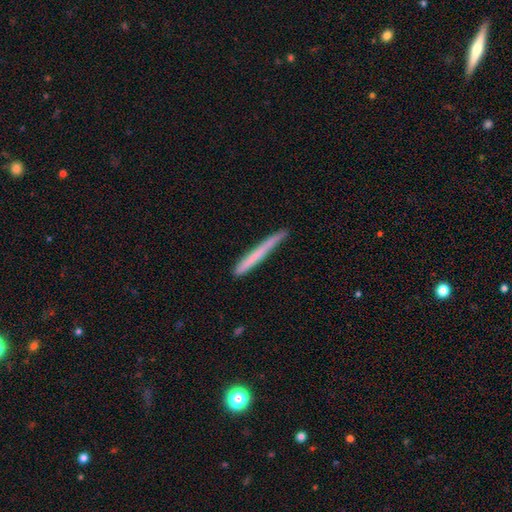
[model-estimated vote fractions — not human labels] smooth 63%, featured or disk 30%, star or artifact 6%. Down the decision tree: how rounded — cigar-shaped (97%); merging — none (84%).